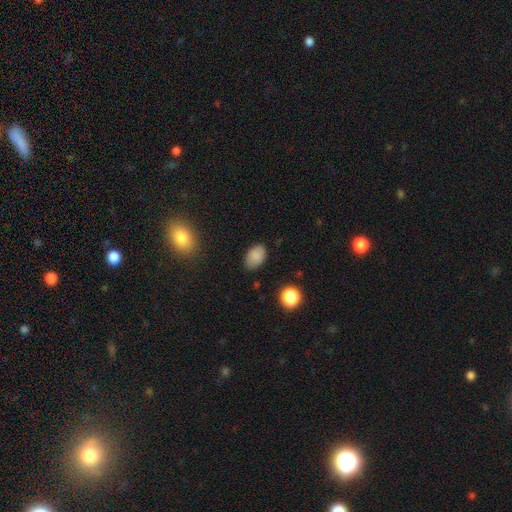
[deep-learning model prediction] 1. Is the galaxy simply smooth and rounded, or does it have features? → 85% smooth, 9% star or artifact, 6% featured or disk.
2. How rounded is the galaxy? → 88% in between, 11% round, 1% cigar-shaped.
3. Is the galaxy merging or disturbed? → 84% none, 12% minor disturbance, 3% major disturbance, 1% merger.